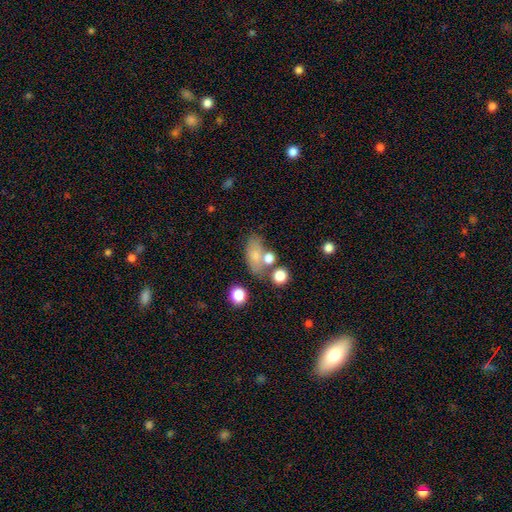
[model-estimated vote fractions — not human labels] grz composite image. It shows a smooth galaxy with no disk features (71%) that is in between round and cigar-shaped (80%). Merging: none (53%).